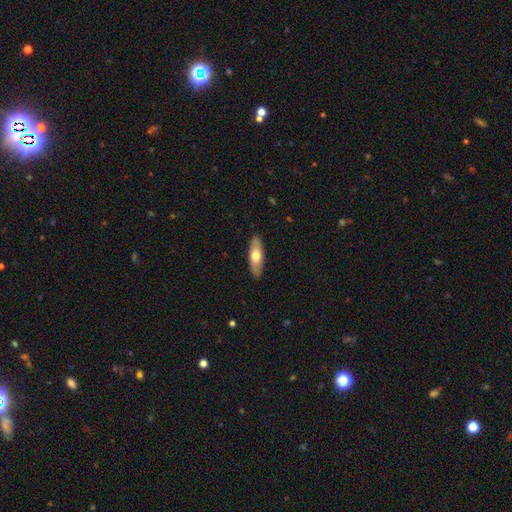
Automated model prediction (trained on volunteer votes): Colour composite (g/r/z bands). It shows a smooth galaxy with no disk features (62%) that is in between round and cigar-shaped (56%). Merging: none (89%).